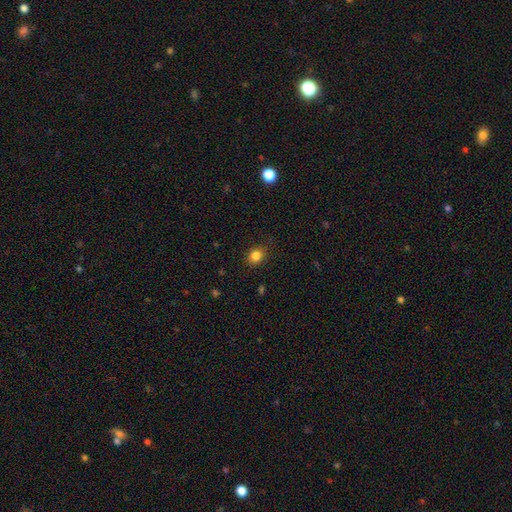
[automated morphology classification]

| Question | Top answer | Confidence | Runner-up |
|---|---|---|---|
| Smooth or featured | smooth | 84% | star or artifact (12%) |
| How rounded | round | 66% | in between (33%) |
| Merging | none | 85% | minor disturbance (11%) |